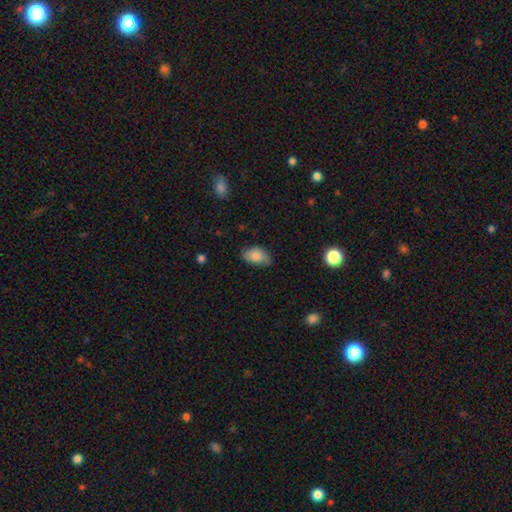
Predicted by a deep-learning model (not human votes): This appears to be a smooth galaxy with no disk features (83%) that is in between round and cigar-shaped (91%). Merging: none (60%).